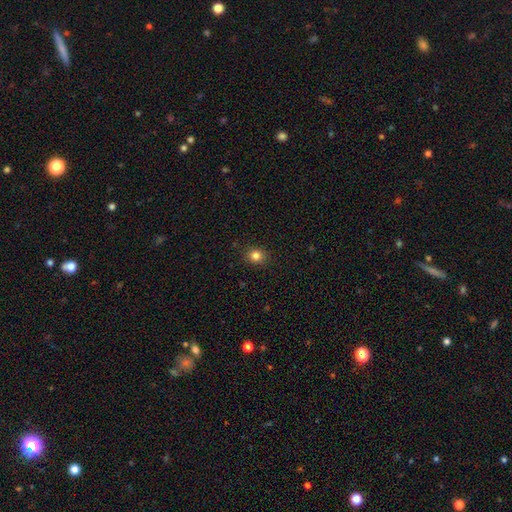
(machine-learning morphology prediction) This appears to be a smooth galaxy with no disk features (82%) that is round (74%). Merging: none (90%).